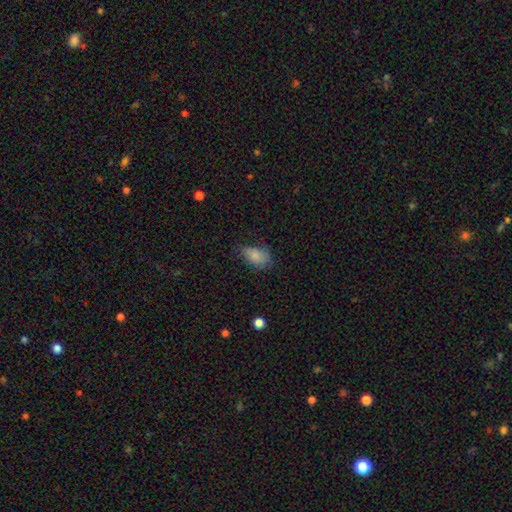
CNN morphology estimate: Smooth or featured: smooth — 83% (featured or disk — 9%)
How rounded: in between — 91% (round — 7%)
Merging: none — 58% (minor disturbance — 32%)